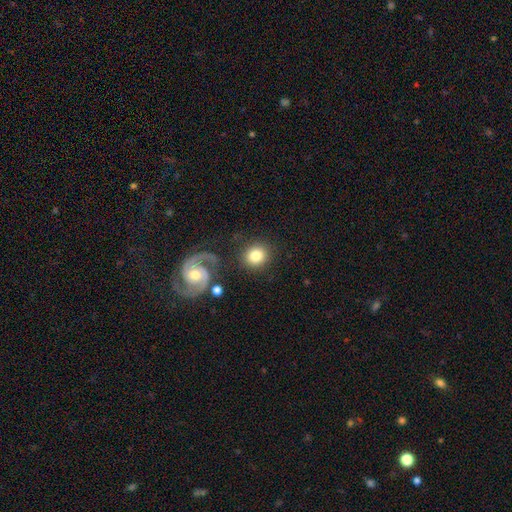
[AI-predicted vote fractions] Smooth or featured? Predicted: smooth (p=0.77). How rounded? Predicted: round (p=0.84). Merging? Predicted: none (p=0.80).